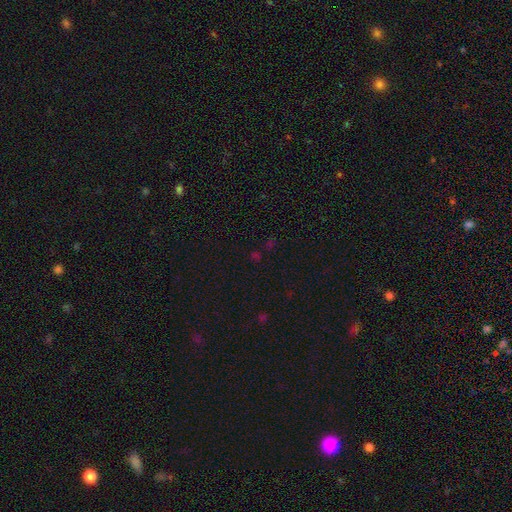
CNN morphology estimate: Smooth or featured? Predicted: star or artifact (p=0.60).